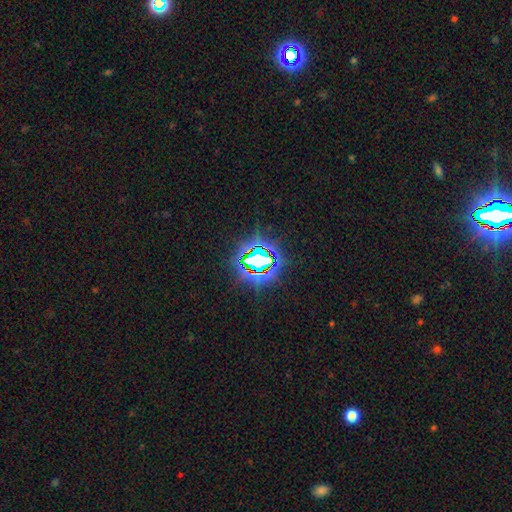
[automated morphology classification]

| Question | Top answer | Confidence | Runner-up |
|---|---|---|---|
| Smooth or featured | star or artifact | 76% | smooth (13%) |